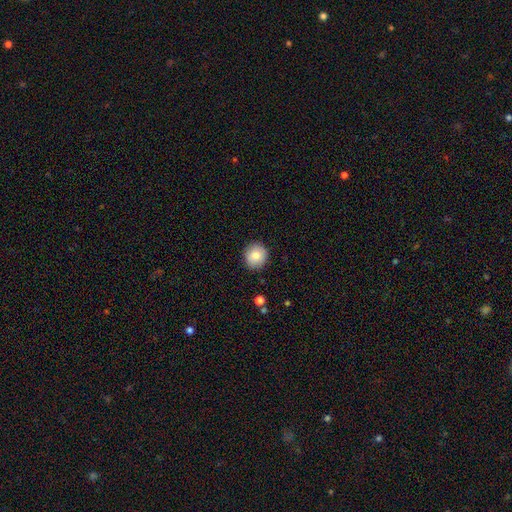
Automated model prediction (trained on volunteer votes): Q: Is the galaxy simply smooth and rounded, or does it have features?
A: smooth — 82%.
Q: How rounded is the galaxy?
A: round — 89%.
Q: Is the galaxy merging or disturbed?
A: none — 89%.